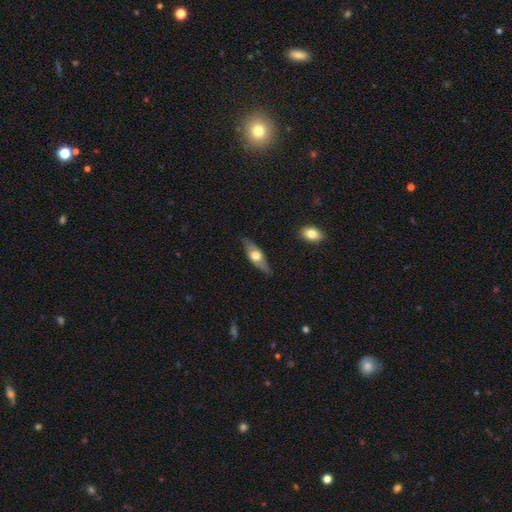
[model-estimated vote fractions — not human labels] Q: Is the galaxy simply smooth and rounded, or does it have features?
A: smooth — 48%.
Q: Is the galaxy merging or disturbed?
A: none — 79%.